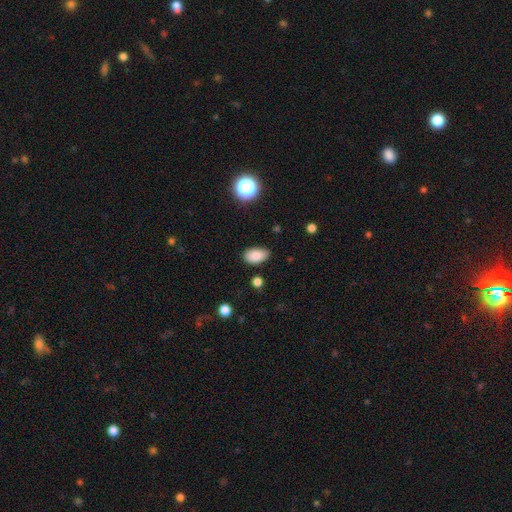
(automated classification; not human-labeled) Q: Smooth or featured?
A: smooth (84%); runner-up: star or artifact (9%)
Q: How rounded?
A: in between (91%); runner-up: round (8%)
Q: Merging?
A: none (75%); runner-up: minor disturbance (20%)